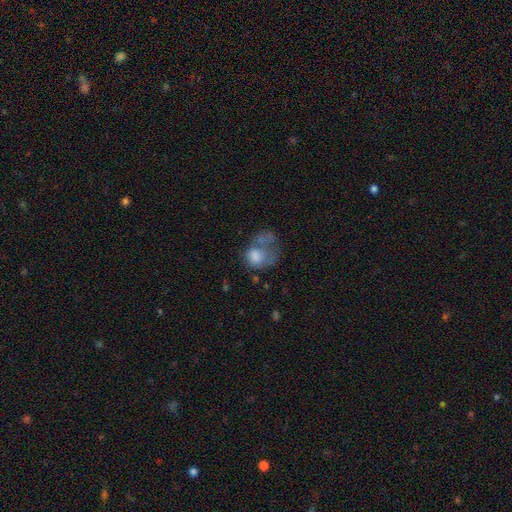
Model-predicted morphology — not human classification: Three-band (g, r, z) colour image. It shows a smooth galaxy with no disk features (59%) that is in between round and cigar-shaped (55%). Merging: major disturbance (39%).